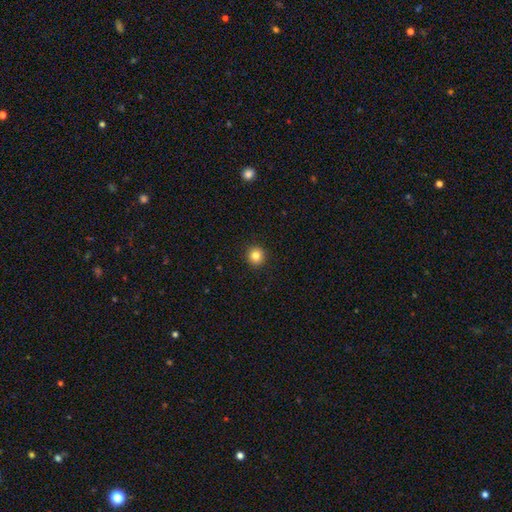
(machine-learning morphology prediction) The model was most divided on "smooth or featured": smooth: 83%, star or artifact: 11%, featured or disk: 6%. More confident: how rounded — round (93%); merging — none (93%).